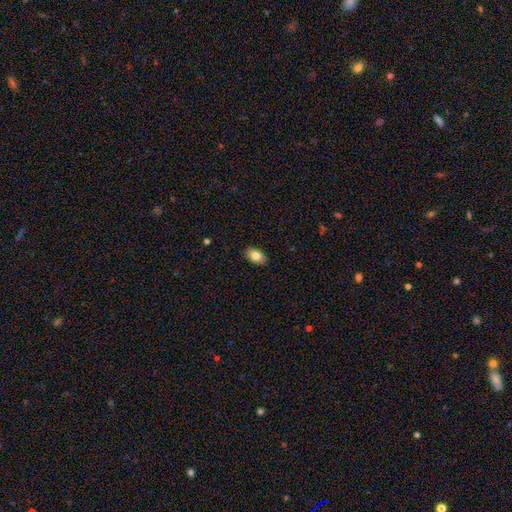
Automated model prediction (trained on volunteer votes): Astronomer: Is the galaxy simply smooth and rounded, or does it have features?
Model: smooth — 81%.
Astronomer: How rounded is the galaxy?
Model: in between — 91%.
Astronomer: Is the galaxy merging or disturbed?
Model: none — 89%.